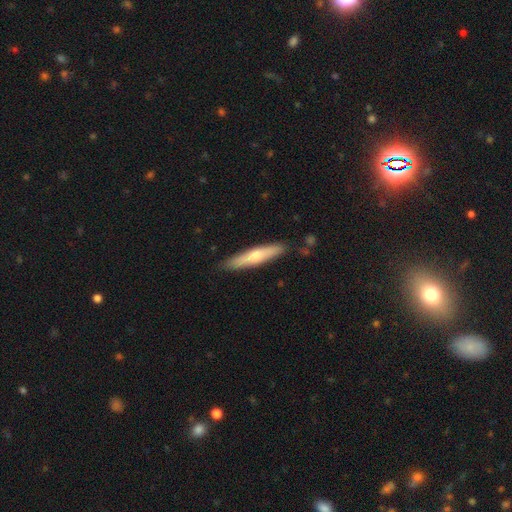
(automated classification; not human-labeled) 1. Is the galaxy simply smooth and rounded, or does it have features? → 60% smooth, 34% featured or disk, 5% star or artifact.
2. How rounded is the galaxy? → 88% cigar-shaped, 11% in between, 1% round.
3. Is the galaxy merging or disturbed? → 86% none, 11% minor disturbance, 2% major disturbance, 2% merger.